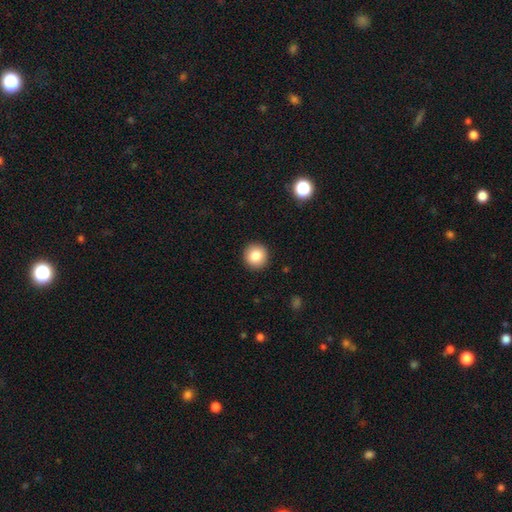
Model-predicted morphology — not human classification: type=smooth (85%); roundness=round (95%); merging=none (93%).